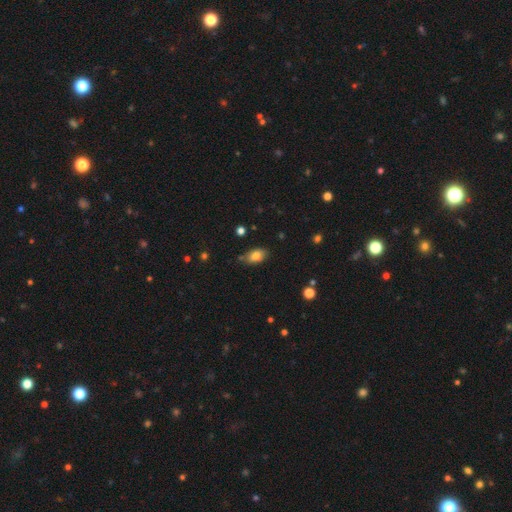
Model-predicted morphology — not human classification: This appears to be a smooth galaxy with no disk features (83%) that is in between round and cigar-shaped (89%). Merging: none (72%).